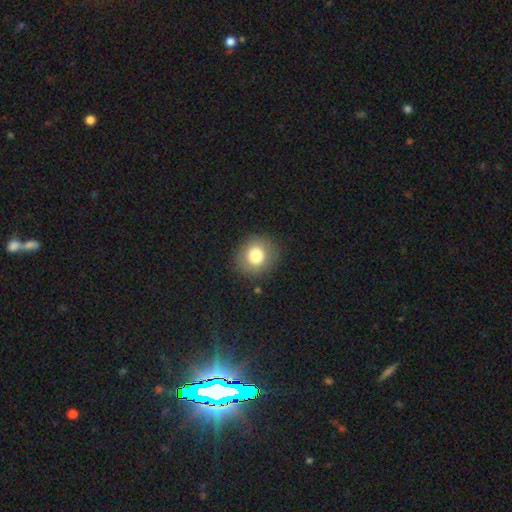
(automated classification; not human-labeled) A smooth galaxy with no disk features (79%) that is round (85%). Merging: none (87%).